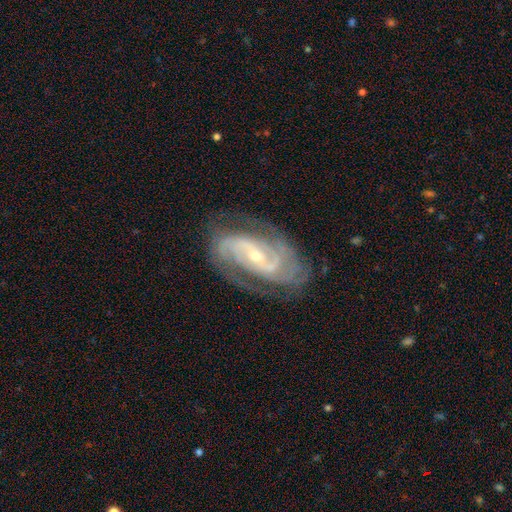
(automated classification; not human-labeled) Q: Smooth or featured?
A: featured or disk (91%); runner-up: star or artifact (5%)
Q: Edge-on disk?
A: no (96%); runner-up: yes (4%)
Q: Bar?
A: weak (39%); runner-up: no (34%)
Q: Spiral arms?
A: yes (98%); runner-up: no (2%)
Q: Spiral winding?
A: tight (53%); runner-up: medium (39%)
Q: Spiral arm count?
A: 2 (56%); runner-up: 3 (18%)
Q: Bulge size?
A: small (65%); runner-up: moderate (32%)
Q: Merging?
A: none (76%); runner-up: minor disturbance (16%)